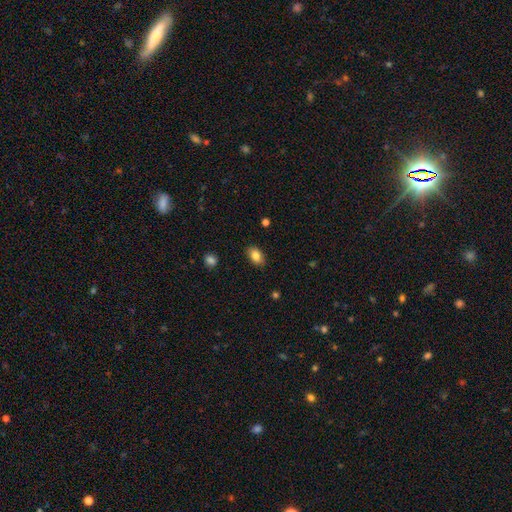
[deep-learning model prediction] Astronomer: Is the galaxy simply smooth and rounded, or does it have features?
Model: smooth — 84%.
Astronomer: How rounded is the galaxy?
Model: in between — 86%.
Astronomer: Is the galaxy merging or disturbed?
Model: none — 86%.